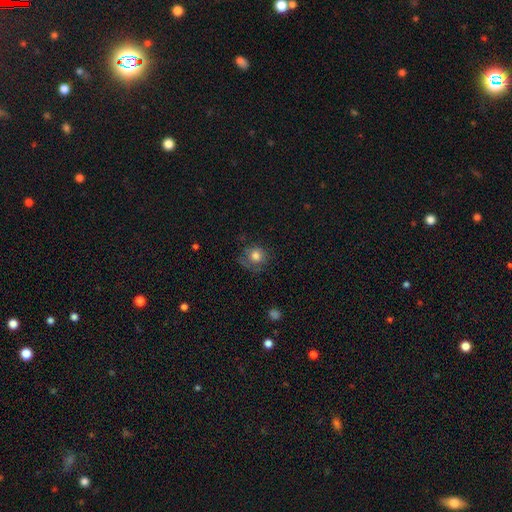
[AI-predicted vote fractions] smooth_or_featured: smooth (p=0.74) [alt: featured or disk p=0.15]
how_rounded: round (p=0.82) [alt: in between p=0.17]
merging: none (p=0.60) [alt: minor disturbance p=0.24]